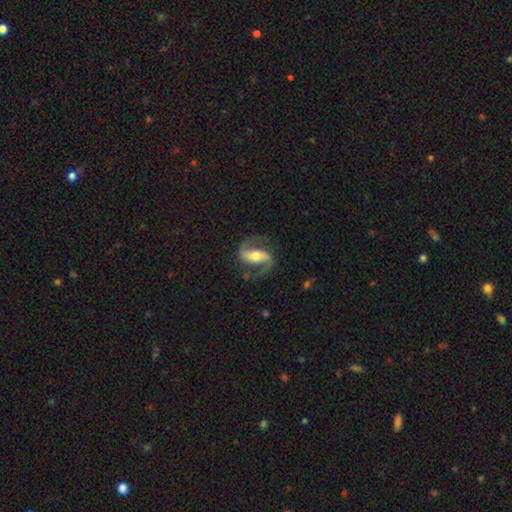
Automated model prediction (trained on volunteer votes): A featured or disk galaxy (90%) with a strong bar (46%), 2 (94%) medium (51%) spiral arms (97%) and a moderate central bulge (63%). Merging: none (80%).